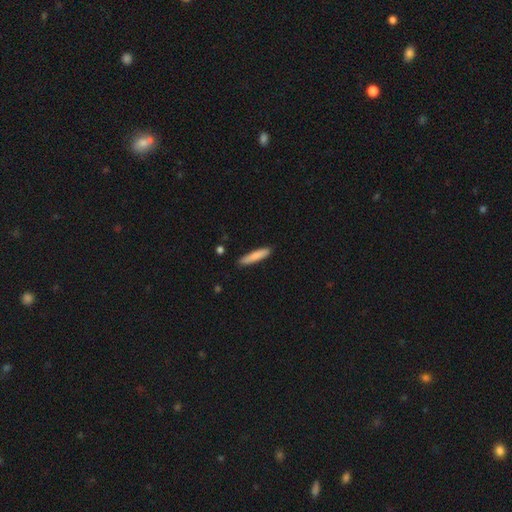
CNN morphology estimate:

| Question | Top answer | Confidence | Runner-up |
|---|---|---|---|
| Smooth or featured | smooth | 82% | featured or disk (13%) |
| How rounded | cigar-shaped | 88% | in between (11%) |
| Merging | none | 88% | minor disturbance (9%) |